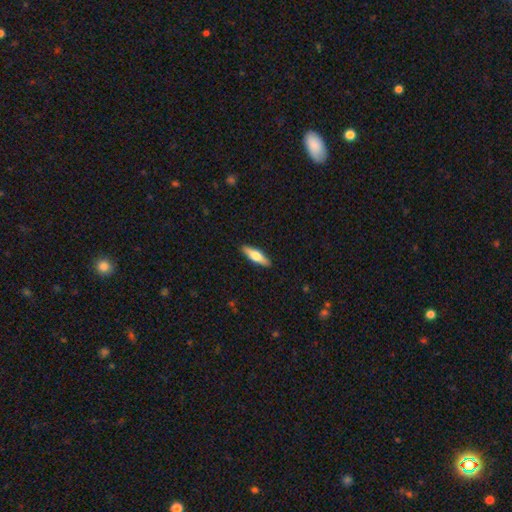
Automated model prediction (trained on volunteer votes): smooth-or-featured: smooth: 61% | featured or disk: 34% | star or artifact: 5%
  how-rounded: cigar-shaped: 61% | in between: 37% | round: 2%
  merging: none: 90% | minor disturbance: 7% | major disturbance: 1% | merger: 1%